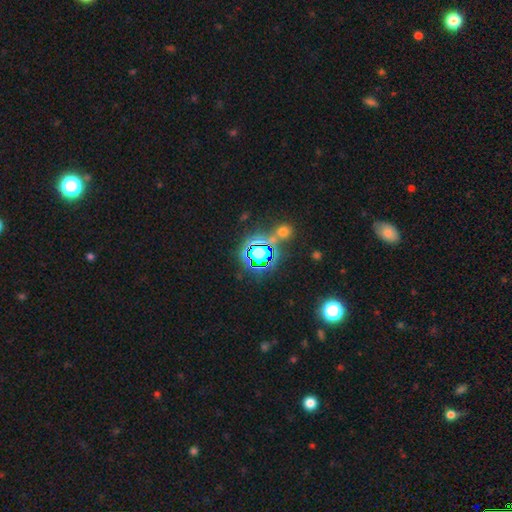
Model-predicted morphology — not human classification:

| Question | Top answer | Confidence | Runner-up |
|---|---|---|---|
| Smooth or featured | star or artifact | 72% | smooth (19%) |